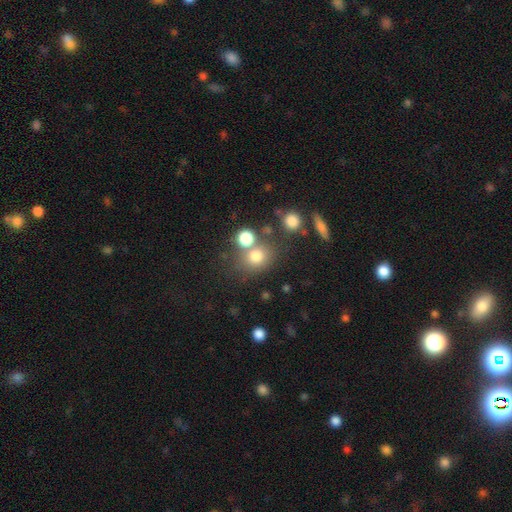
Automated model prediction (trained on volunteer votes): Smooth or featured: smooth — 75% (star or artifact — 15%)
How rounded: round — 74% (in between — 25%)
Merging: none — 57% (merger — 27%)